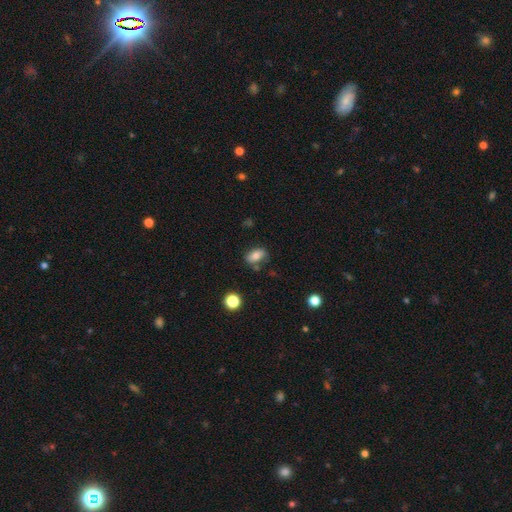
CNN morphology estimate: type=smooth (77%); roundness=in between (87%); merging=none (73%).